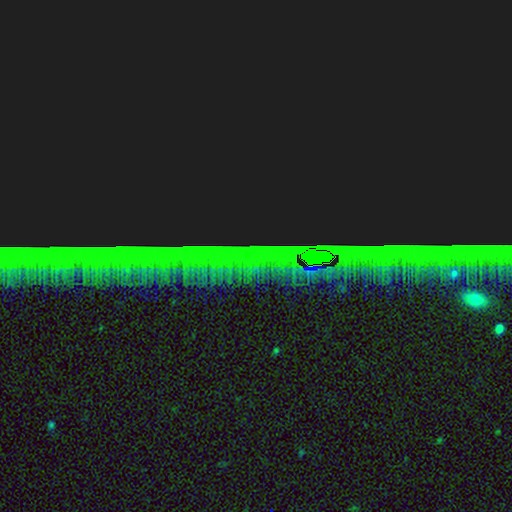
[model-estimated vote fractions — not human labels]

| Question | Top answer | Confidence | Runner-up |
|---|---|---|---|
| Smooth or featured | star or artifact | 84% | featured or disk (9%) |